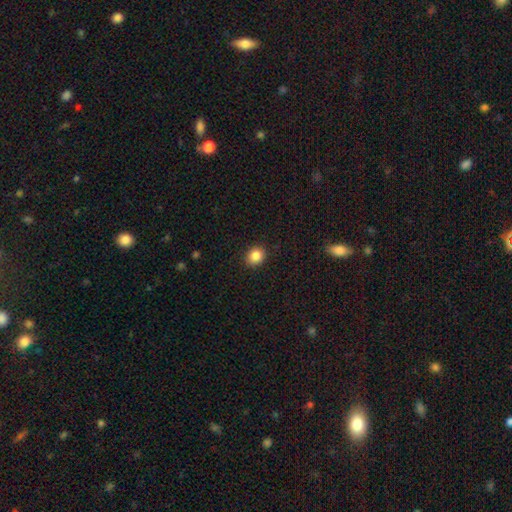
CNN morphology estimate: This is clearly a smooth galaxy (86%). How rounded: likely round (64%). Merging: clearly none (90%).